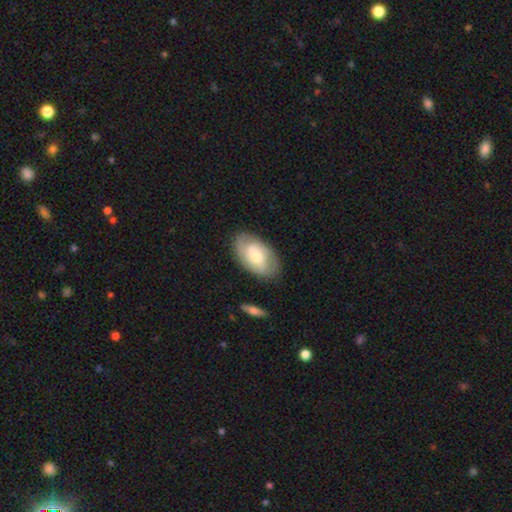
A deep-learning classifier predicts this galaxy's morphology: Smooth or featured?
  - featured or disk: 51% *
  - smooth: 43%
  - star or artifact: 6%
Edge-on disk?
  - no: 93% *
  - yes: 7%
Merging?
  - none: 78% *
  - minor disturbance: 15%
  - major disturbance: 5%
  - merger: 2%